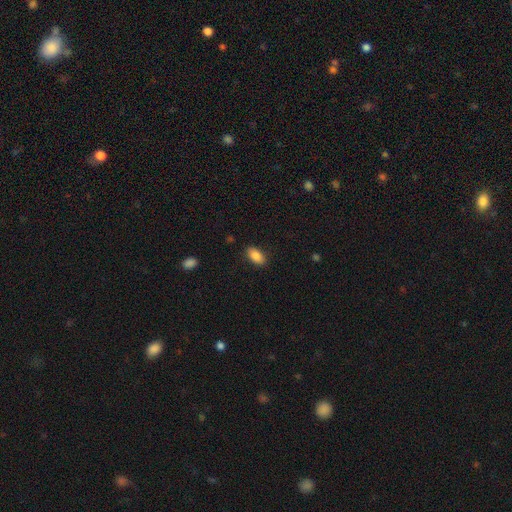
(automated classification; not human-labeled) Smooth or featured?
  - smooth: 87% *
  - star or artifact: 7%
  - featured or disk: 5%
How rounded?
  - in between: 92% *
  - round: 4%
  - cigar-shaped: 4%
Merging?
  - none: 87% *
  - minor disturbance: 9%
  - major disturbance: 2%
  - merger: 1%